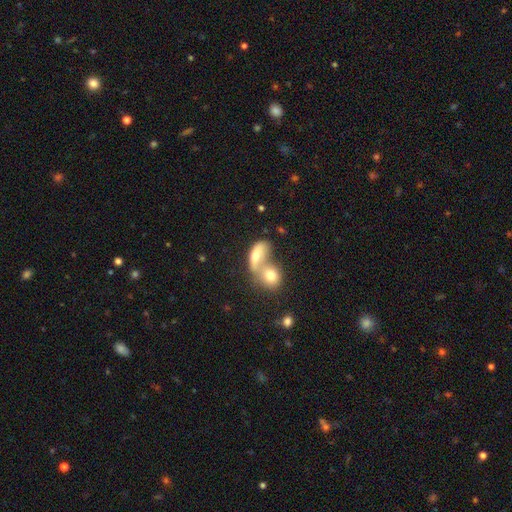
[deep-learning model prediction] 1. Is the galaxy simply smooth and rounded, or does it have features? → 68% smooth, 23% featured or disk, 9% star or artifact.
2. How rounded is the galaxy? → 75% in between, 18% round, 7% cigar-shaped.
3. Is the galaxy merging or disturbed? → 76% merger, 13% none, 6% major disturbance, 5% minor disturbance.